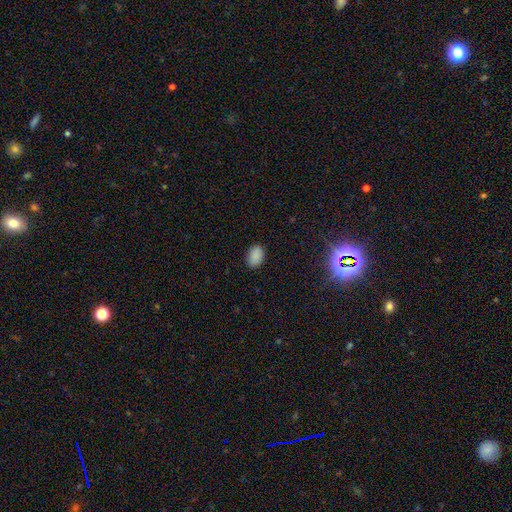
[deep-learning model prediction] smooth 87%, star or artifact 9%, featured or disk 4%. Down the decision tree: how rounded — in between (86%); merging — none (85%).